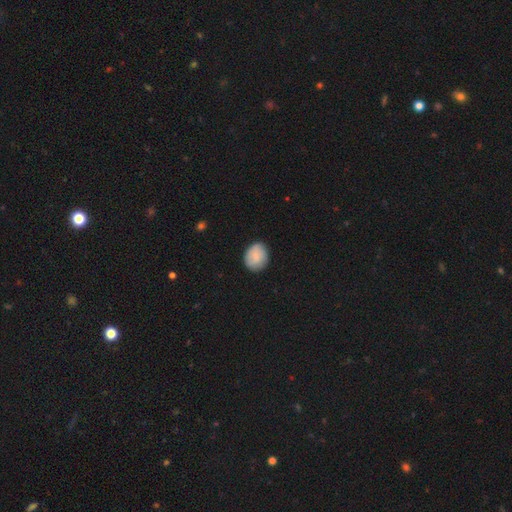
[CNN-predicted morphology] smooth 81%, featured or disk 12%, star or artifact 7%. Down the decision tree: how rounded — round (56%); merging — none (82%).